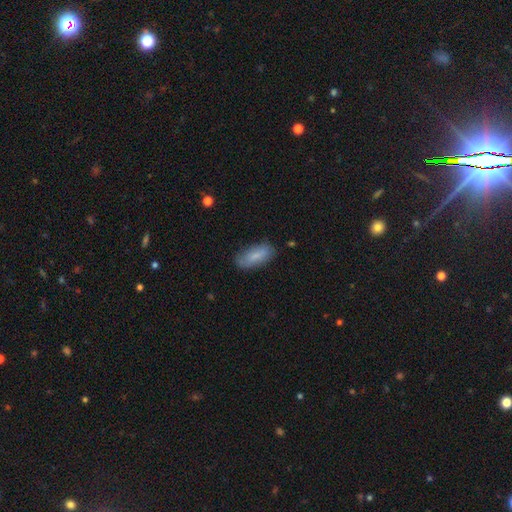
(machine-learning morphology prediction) Smooth or featured: smooth — 81% (featured or disk — 13%)
How rounded: in between — 81% (cigar-shaped — 17%)
Merging: none — 78% (minor disturbance — 17%)